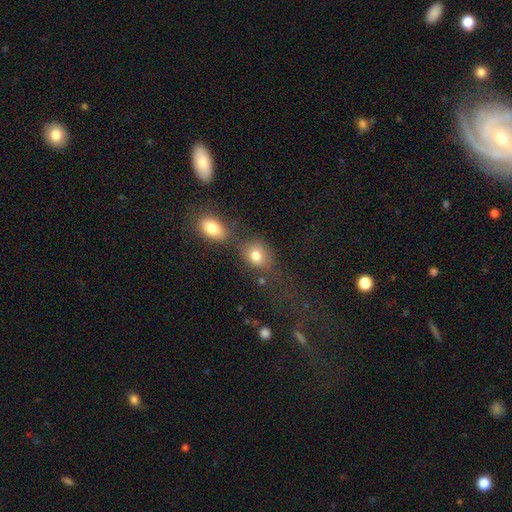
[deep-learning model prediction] A smooth galaxy with no disk features (79%) that is round (51%). Merging: none (49%).